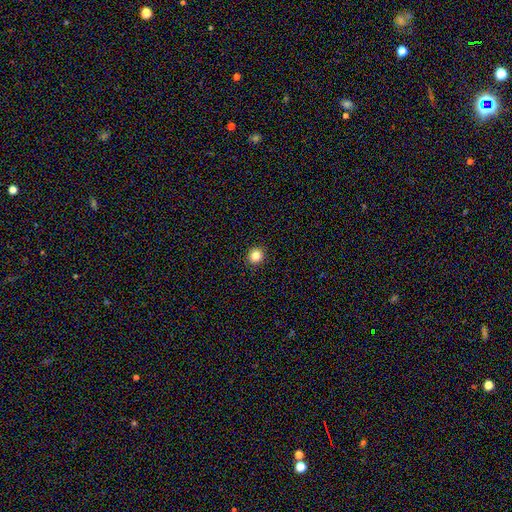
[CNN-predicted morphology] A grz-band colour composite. It shows a smooth galaxy with no disk features (84%) that is round (87%). Merging: none (93%).